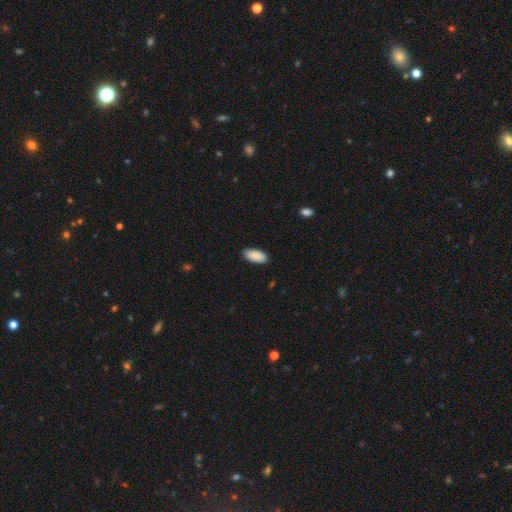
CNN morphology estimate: smooth_or_featured: smooth (p=0.90) [alt: star or artifact p=0.06]
how_rounded: in between (p=0.92) [alt: cigar-shaped p=0.06]
merging: none (p=0.87) [alt: minor disturbance p=0.10]